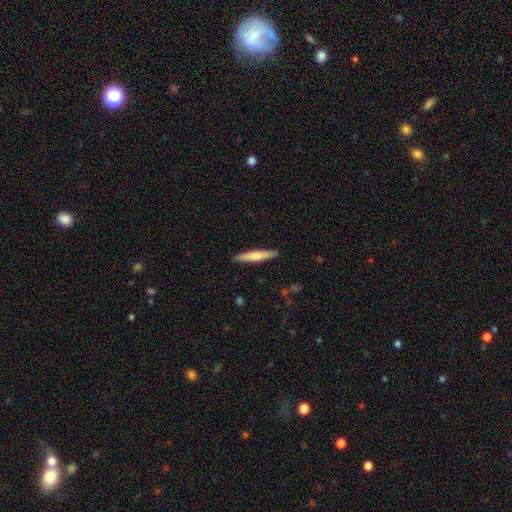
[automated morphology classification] A smooth galaxy with no disk features (61%) that is cigar-shaped (93%). Merging: none (91%).